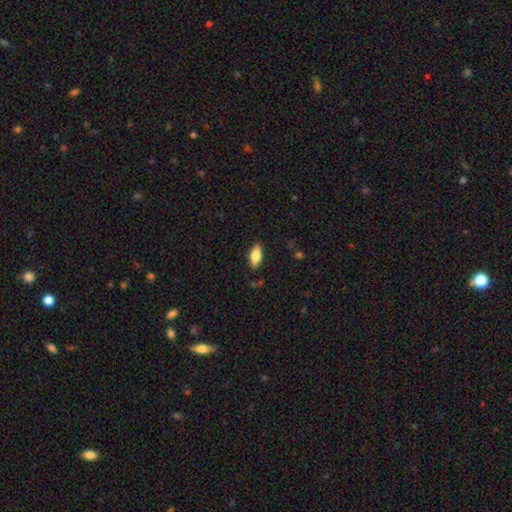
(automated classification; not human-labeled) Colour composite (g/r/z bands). It shows a smooth galaxy with no disk features (77%) that is in between round and cigar-shaped (86%). Merging: none (86%).